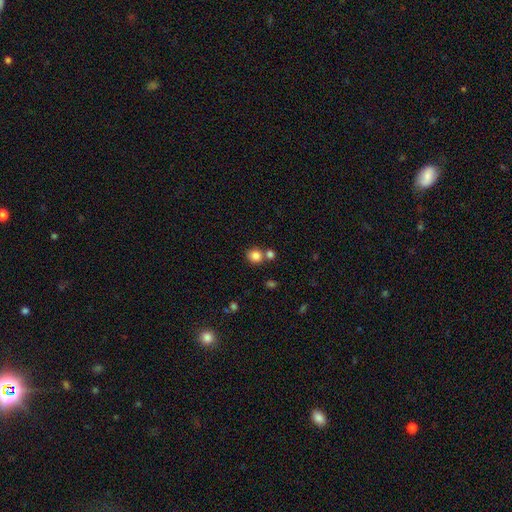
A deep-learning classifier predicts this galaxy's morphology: Smooth or featured? smooth (84%)
How rounded? round (84%)
Merging? none (64%)